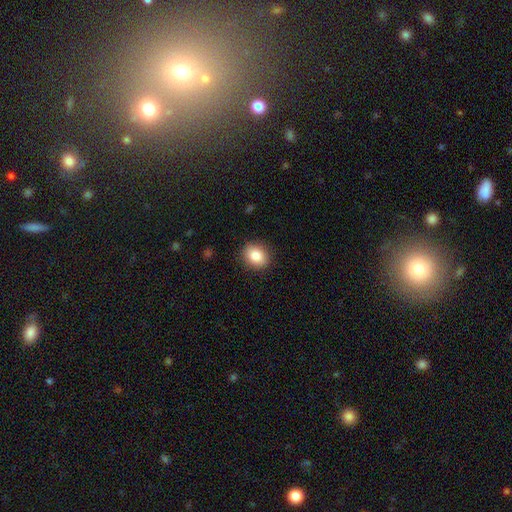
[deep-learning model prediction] A smooth galaxy with no disk features (85%) that is round (53%).

Vote fractions:
- Smooth or featured? smooth: 85% / star or artifact: 8% / featured or disk: 6%
- How rounded? round: 53% / in between: 46% / cigar-shaped: 1%
- Merging? none: 89% / minor disturbance: 8% / major disturbance: 2% / merger: 1%